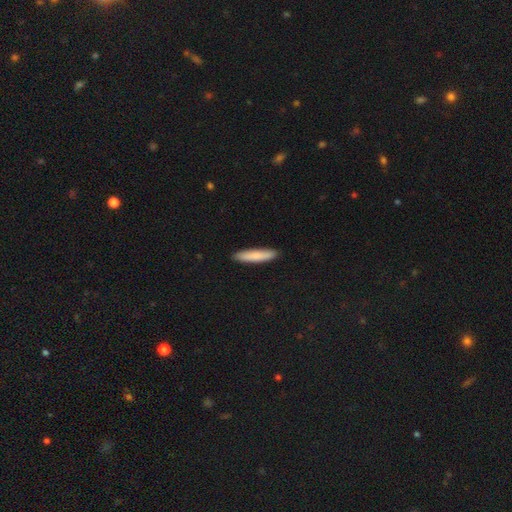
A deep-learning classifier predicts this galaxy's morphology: The model was most divided on "smooth or featured": smooth: 82%, featured or disk: 12%, star or artifact: 5%. More confident: merging — none (91%); how rounded — cigar-shaped (88%).